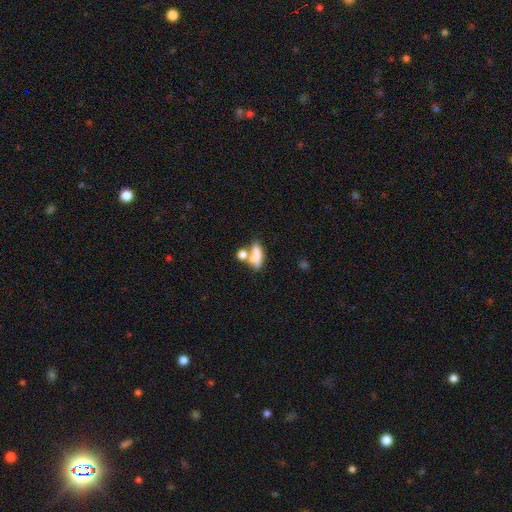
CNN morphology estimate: A smooth galaxy with no disk features (72%) that is in between round and cigar-shaped (78%).

Vote fractions:
- Smooth or featured? smooth: 72% / featured or disk: 18% / star or artifact: 10%
- How rounded? in between: 78% / cigar-shaped: 12% / round: 9%
- Merging? merger: 48% / none: 29% / minor disturbance: 13% / major disturbance: 10%